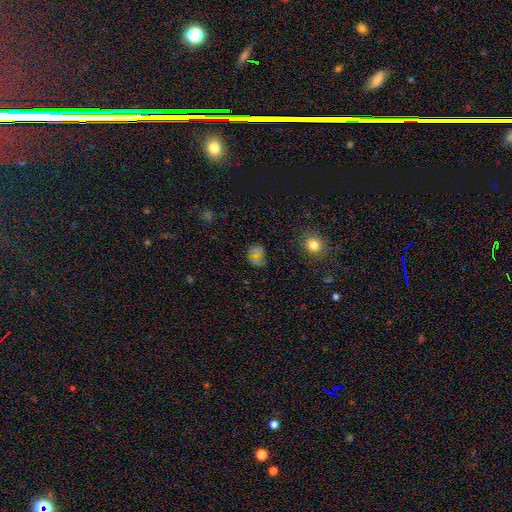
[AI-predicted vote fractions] Smooth or featured? Predicted: smooth (p=0.49). Merging? Predicted: none (p=0.57).